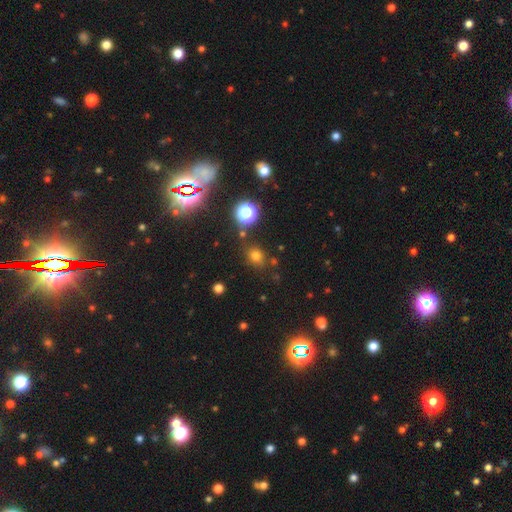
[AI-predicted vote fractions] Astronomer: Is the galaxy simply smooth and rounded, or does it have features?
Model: smooth — 67%.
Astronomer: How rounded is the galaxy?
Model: round — 66%.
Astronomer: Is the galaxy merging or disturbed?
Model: none — 78%.